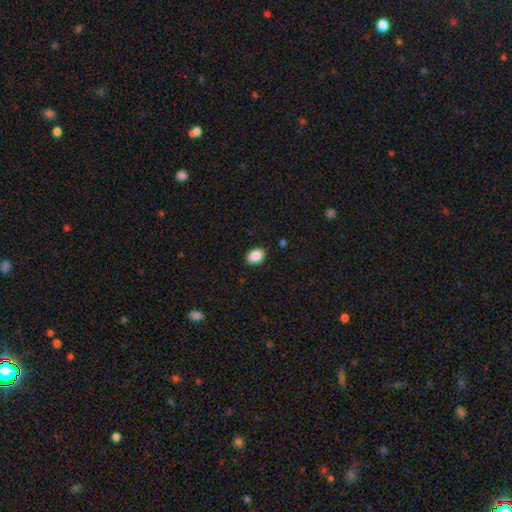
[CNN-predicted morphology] This appears to be a smooth galaxy with no disk features (89%) that is in between round and cigar-shaped (81%). Merging: none (87%).